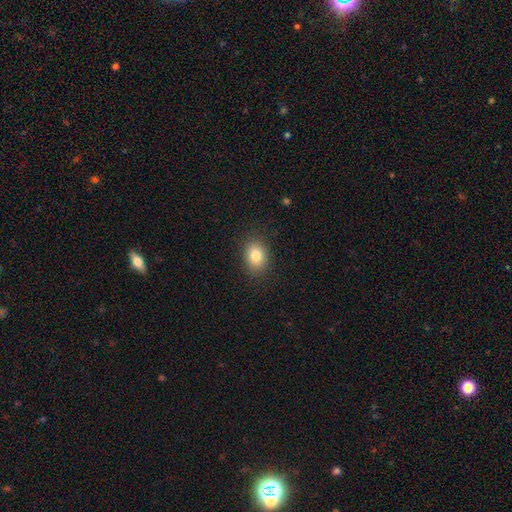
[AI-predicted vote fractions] Smooth or featured? smooth (82%)
How rounded? in between (59%)
Merging? none (87%)